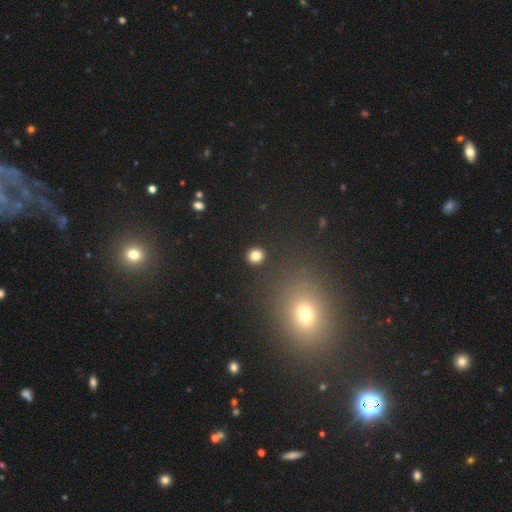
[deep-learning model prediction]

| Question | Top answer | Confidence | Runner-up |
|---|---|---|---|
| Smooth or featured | smooth | 82% | star or artifact (13%) |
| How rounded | round | 85% | in between (15%) |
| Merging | none | 92% | minor disturbance (5%) |